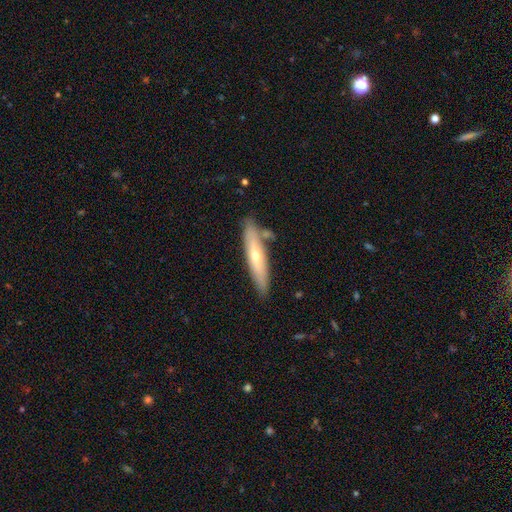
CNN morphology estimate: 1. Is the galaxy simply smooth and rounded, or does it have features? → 49% featured or disk, 45% smooth, 6% star or artifact.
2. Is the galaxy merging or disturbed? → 78% none, 13% minor disturbance, 7% merger, 2% major disturbance.